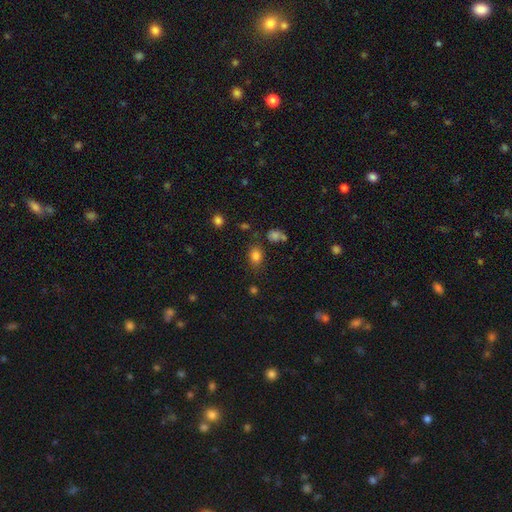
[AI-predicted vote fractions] Smooth or featured? smooth (81%)
How rounded? in between (60%)
Merging? none (73%)